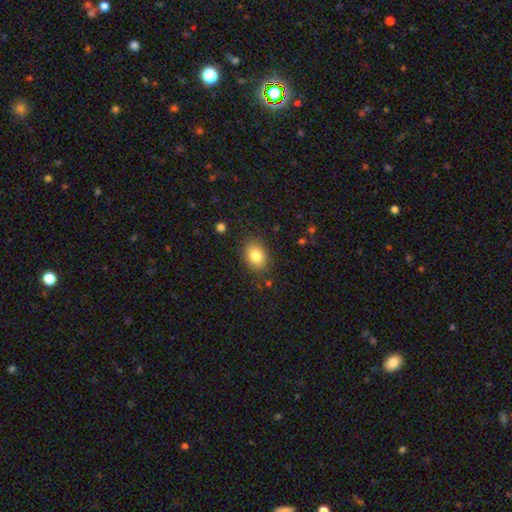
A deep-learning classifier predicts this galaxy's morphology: This appears to be a smooth galaxy with no disk features (83%) that is in between round and cigar-shaped (70%). Merging: none (85%).